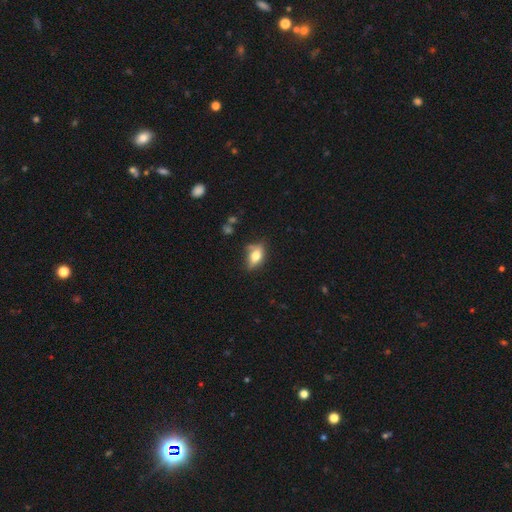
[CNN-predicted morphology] A smooth galaxy with no disk features (68%) that is in between round and cigar-shaped (82%).

Vote fractions:
- Smooth or featured? smooth: 68% / featured or disk: 23% / star or artifact: 9%
- How rounded? in between: 82% / round: 10% / cigar-shaped: 7%
- Merging? none: 54% / minor disturbance: 30% / major disturbance: 10% / merger: 6%